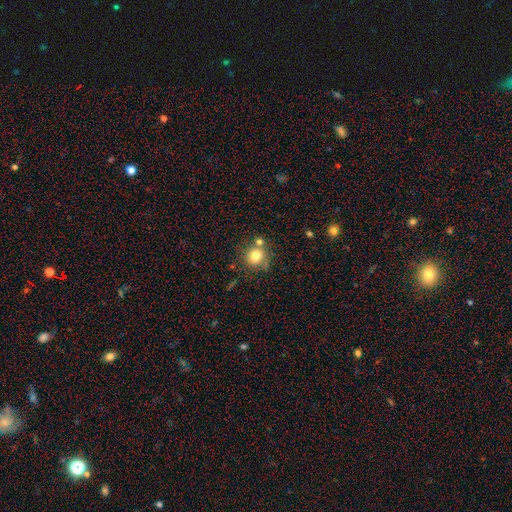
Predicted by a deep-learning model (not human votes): smooth_or_featured: smooth (p=0.78) [alt: star or artifact p=0.12]
how_rounded: round (p=0.89) [alt: in between p=0.10]
merging: none (p=0.68) [alt: merger p=0.17]